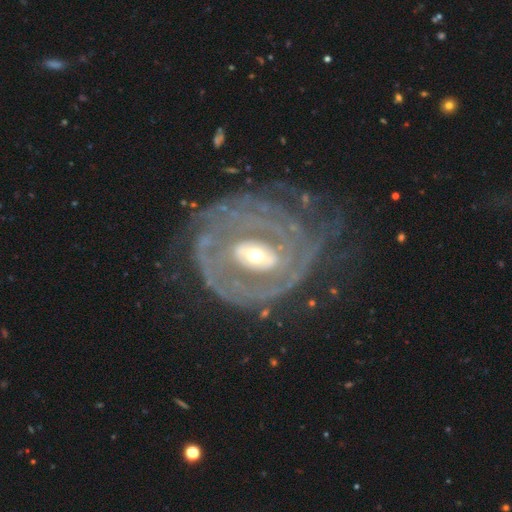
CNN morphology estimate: Smooth or featured? Predicted: featured or disk (p=0.86). Edge-on disk? Predicted: no (p=0.96). Bar? Predicted: no (p=0.41). Spiral arms? Predicted: yes (p=0.82). Spiral winding? Predicted: tight (p=0.68). Spiral arm count? Predicted: can't tell (p=0.40). Bulge size? Predicted: moderate (p=0.52). Merging? Predicted: none (p=0.59).